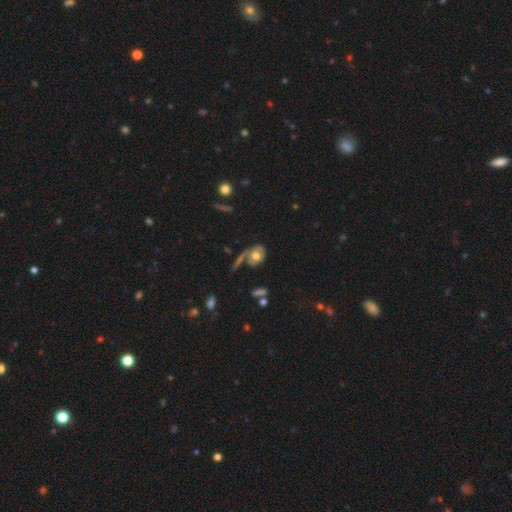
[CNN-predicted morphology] This is possibly a smooth galaxy (49%). Merging: marginally none (36%).